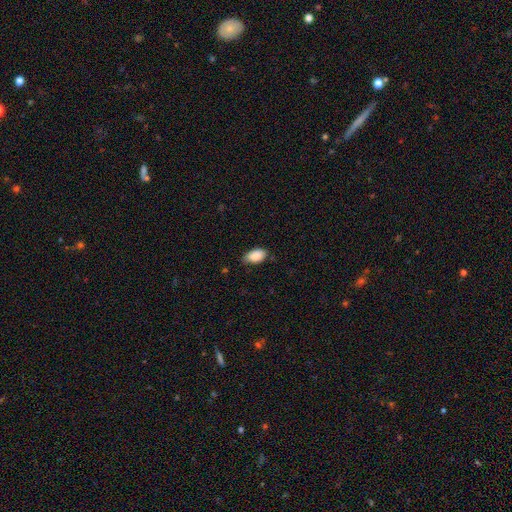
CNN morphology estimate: smooth-or-featured: smooth: 89% | star or artifact: 7% | featured or disk: 5%
  how-rounded: in between: 94% | round: 4% | cigar-shaped: 2%
  merging: none: 70% | minor disturbance: 25% | major disturbance: 4% | merger: 1%